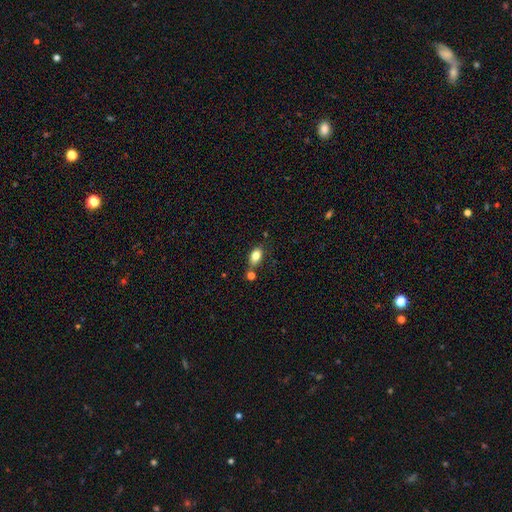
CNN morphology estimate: Smooth or featured? smooth (80%)
How rounded? in between (86%)
Merging? none (64%)